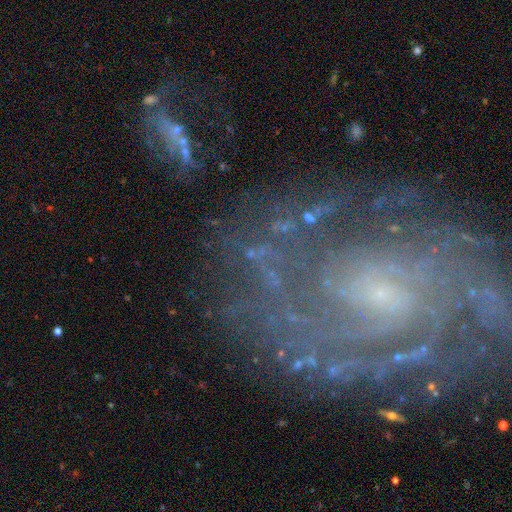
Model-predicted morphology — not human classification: smooth-or-featured: featured or disk: 61% | star or artifact: 26% | smooth: 13%
  disk-edge-on: no: 95% | yes: 5%
    bar: no: 64% | weak: 23% | strong: 13%
    has-spiral-arms: yes: 78% | no: 22%
    bulge-size: small: 57% | none: 23% | moderate: 14% | large: 3% | dominant: 2%
  merging: none: 59% | major disturbance: 18% | minor disturbance: 17% | merger: 6%